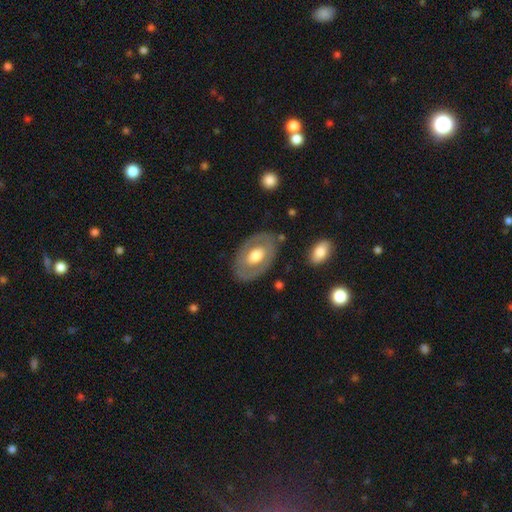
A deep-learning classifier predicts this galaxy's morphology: A featured or disk galaxy (50%).

Vote fractions:
- Smooth or featured? featured or disk: 50% / smooth: 45% / star or artifact: 5%
- Edge-on disk? no: 91% / yes: 9%
- Merging? none: 80% / minor disturbance: 13% / major disturbance: 5% / merger: 2%